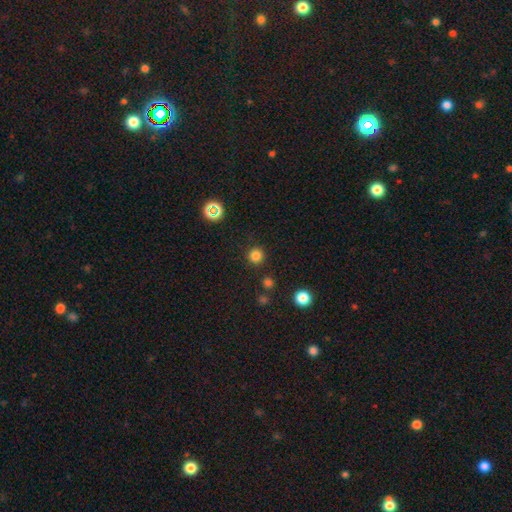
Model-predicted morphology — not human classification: smooth 79%, star or artifact 17%, featured or disk 4%. Down the decision tree: how rounded — round (96%); merging — none (89%).